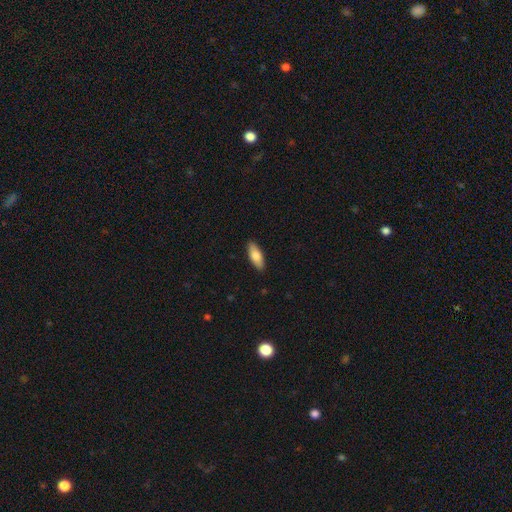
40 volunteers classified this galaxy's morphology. smooth_or_featured: smooth (p=0.80) [alt: featured or disk p=0.12]
how_rounded: in between (p=0.66) [alt: cigar-shaped p=0.28]
merging: none (p=0.92) [alt: minor disturbance p=0.05]